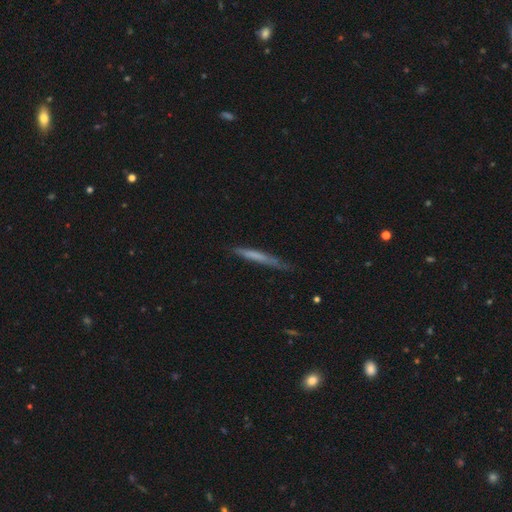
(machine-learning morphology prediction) smooth-or-featured: smooth: 59% | featured or disk: 34% | star or artifact: 7%
  how-rounded: cigar-shaped: 96% | in between: 3% | round: 1%
  merging: none: 73% | minor disturbance: 21% | major disturbance: 5% | merger: 2%